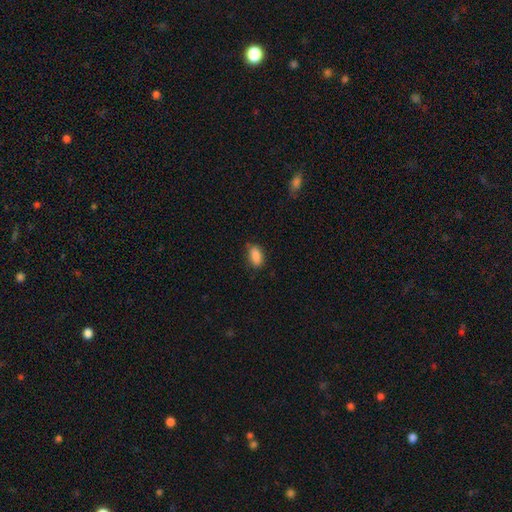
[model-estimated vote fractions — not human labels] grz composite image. It shows a smooth galaxy with no disk features (87%) that is in between round and cigar-shaped (90%). Merging: none (74%).